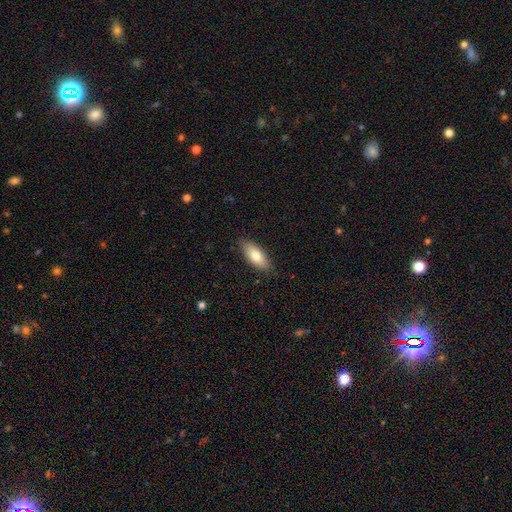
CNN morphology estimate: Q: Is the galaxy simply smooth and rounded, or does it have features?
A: smooth — 79%.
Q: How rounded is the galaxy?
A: in between — 80%.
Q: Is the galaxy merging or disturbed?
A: none — 85%.